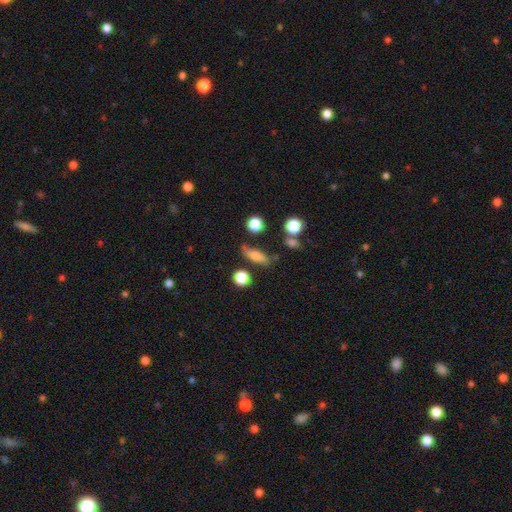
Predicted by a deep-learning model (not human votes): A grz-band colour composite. It shows a smooth galaxy with no disk features (71%) that is in between round and cigar-shaped (46%). Merging: none (67%).